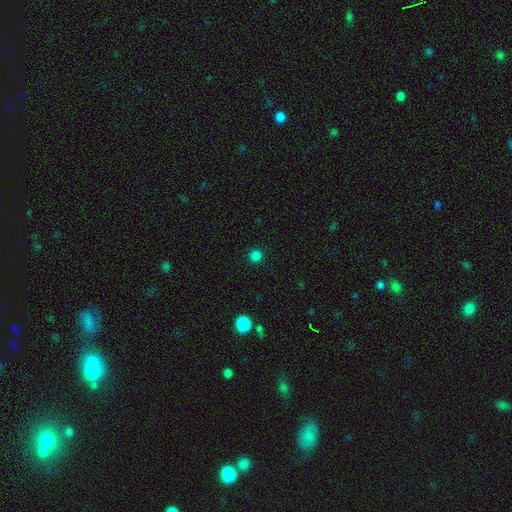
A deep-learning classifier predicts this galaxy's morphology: smooth_or_featured: smooth (p=0.82) [alt: star or artifact p=0.15]
how_rounded: round (p=0.94) [alt: in between p=0.05]
merging: none (p=0.92) [alt: minor disturbance p=0.05]